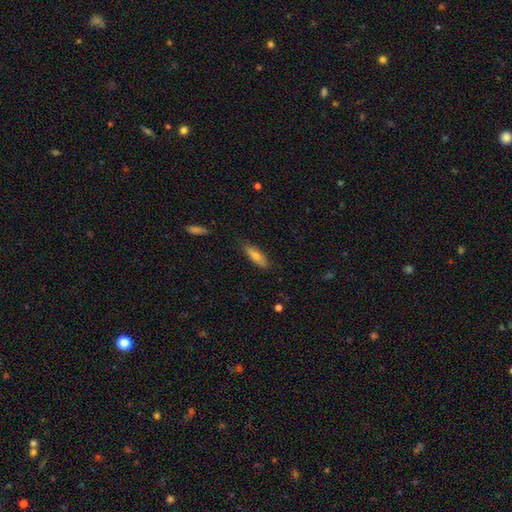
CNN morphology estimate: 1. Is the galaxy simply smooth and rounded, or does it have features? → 67% smooth, 25% featured or disk, 8% star or artifact.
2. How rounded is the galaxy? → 56% cigar-shaped, 42% in between, 2% round.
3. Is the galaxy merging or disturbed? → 84% none, 13% minor disturbance, 2% major disturbance, 1% merger.